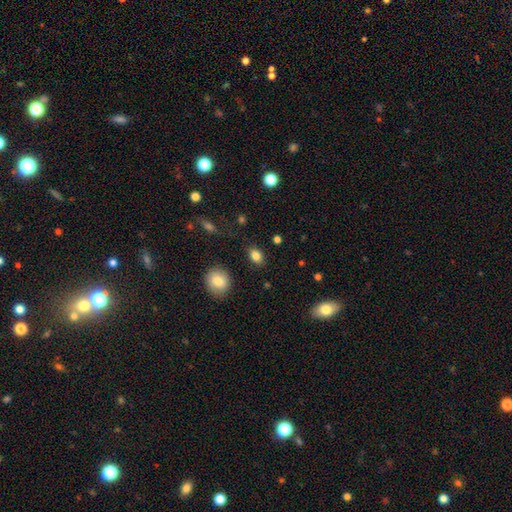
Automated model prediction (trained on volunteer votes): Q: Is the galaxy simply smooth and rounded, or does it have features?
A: smooth — 84%.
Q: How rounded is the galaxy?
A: in between — 77%.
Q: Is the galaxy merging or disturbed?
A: none — 85%.